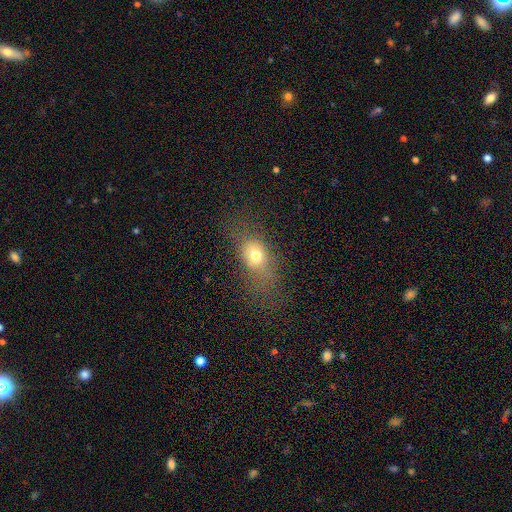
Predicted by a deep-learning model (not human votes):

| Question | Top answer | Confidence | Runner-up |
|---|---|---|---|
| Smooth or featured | smooth | 70% | featured or disk (16%) |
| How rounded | in between | 62% | round (33%) |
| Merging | none | 52% | major disturbance (24%) |